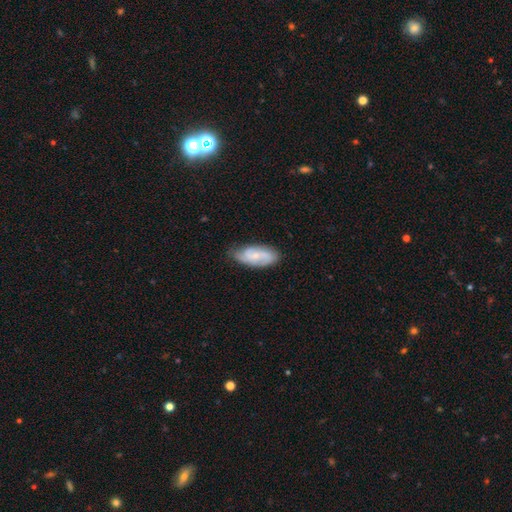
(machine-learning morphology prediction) The model was most divided on "smooth or featured": featured or disk: 54%, smooth: 40%, star or artifact: 7%. More confident: edge-on disk — no (93%); spiral arms — yes (89%); merging — none (72%); bulge size — small (65%); bar — no (58%).